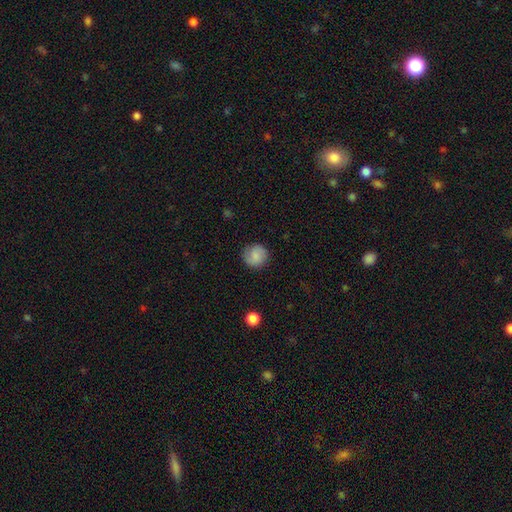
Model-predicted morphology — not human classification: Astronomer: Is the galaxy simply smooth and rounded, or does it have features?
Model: smooth — 78%.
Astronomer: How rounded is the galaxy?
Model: round — 91%.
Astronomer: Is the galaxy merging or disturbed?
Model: none — 84%.